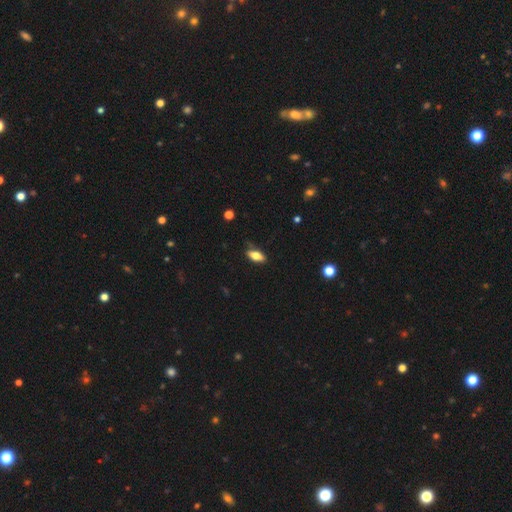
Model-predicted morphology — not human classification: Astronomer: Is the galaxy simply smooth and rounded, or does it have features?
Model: smooth — 69%.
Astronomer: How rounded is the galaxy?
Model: in between — 81%.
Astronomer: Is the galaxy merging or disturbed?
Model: none — 73%.